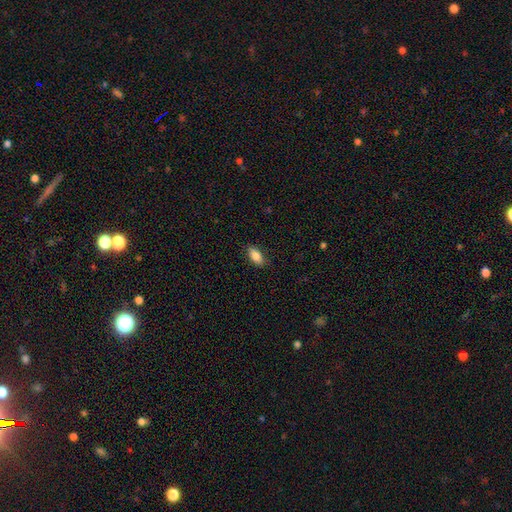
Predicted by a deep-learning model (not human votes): Smooth or featured: smooth — 84% (featured or disk — 8%)
How rounded: in between — 89% (cigar-shaped — 8%)
Merging: none — 86% (minor disturbance — 11%)